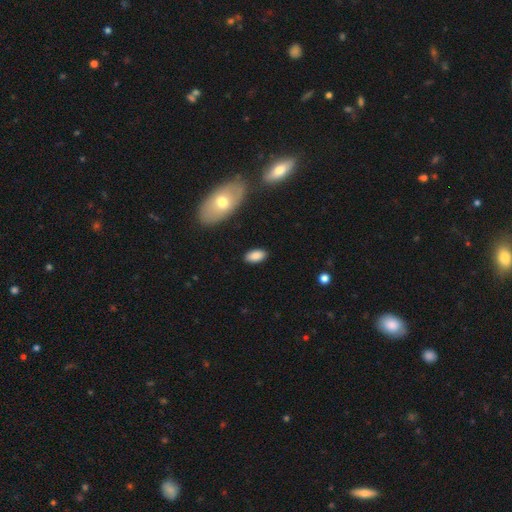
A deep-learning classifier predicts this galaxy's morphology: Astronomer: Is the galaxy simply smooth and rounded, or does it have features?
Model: smooth — 86%.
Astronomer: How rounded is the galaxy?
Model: in between — 93%.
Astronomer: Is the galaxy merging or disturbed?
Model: none — 86%.